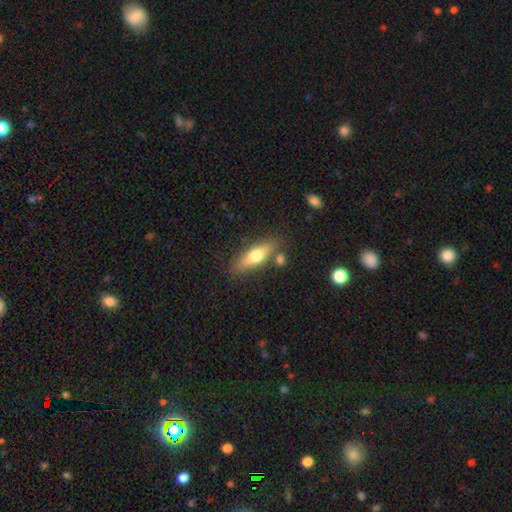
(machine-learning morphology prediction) Smooth or featured? Predicted: smooth (p=0.60). How rounded? Predicted: cigar-shaped (p=0.53). Merging? Predicted: none (p=0.76).